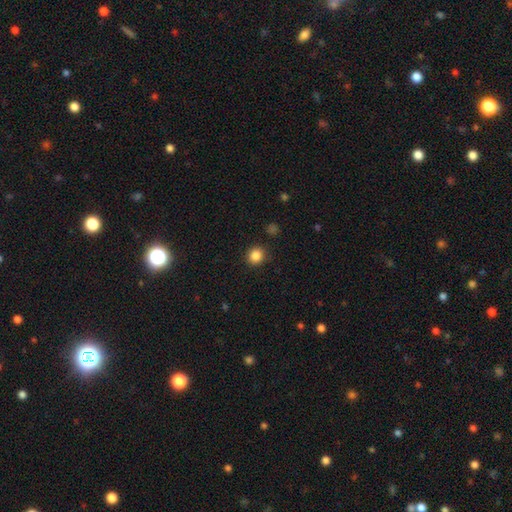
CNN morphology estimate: Smooth or featured: smooth — 85% (star or artifact — 11%)
How rounded: round — 90% (in between — 9%)
Merging: none — 90% (minor disturbance — 6%)